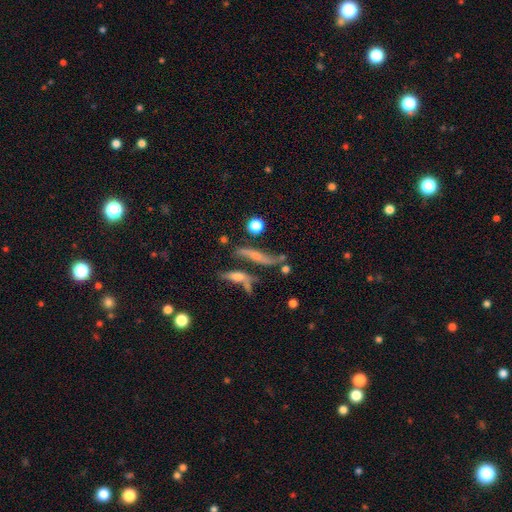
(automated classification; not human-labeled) Smooth or featured? Predicted: featured or disk (p=0.58). Edge-on disk? Predicted: yes (p=0.69). Merging? Predicted: none (p=0.53).